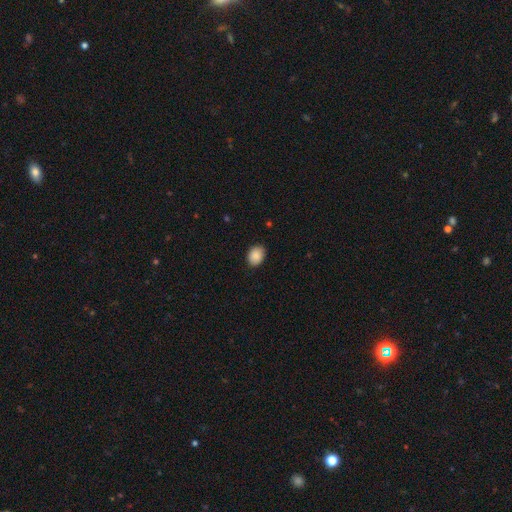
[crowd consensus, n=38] Morphology: type=smooth (95%); roundness=in between (72%); merging=none (92%).